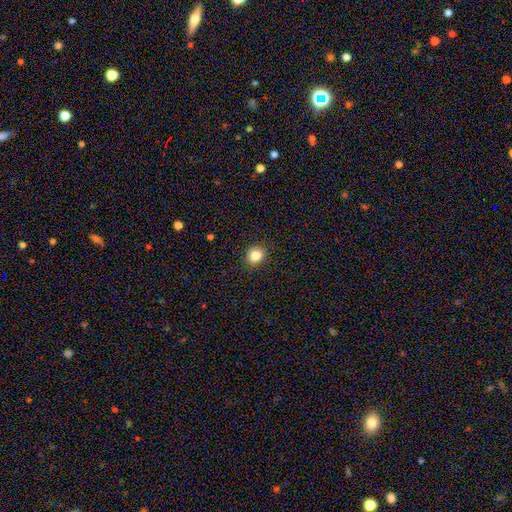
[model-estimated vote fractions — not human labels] smooth-or-featured: smooth: 84% | star or artifact: 11% | featured or disk: 5%
  how-rounded: round: 74% | in between: 25% | cigar-shaped: 1%
  merging: none: 90% | minor disturbance: 7% | major disturbance: 2% | merger: 1%